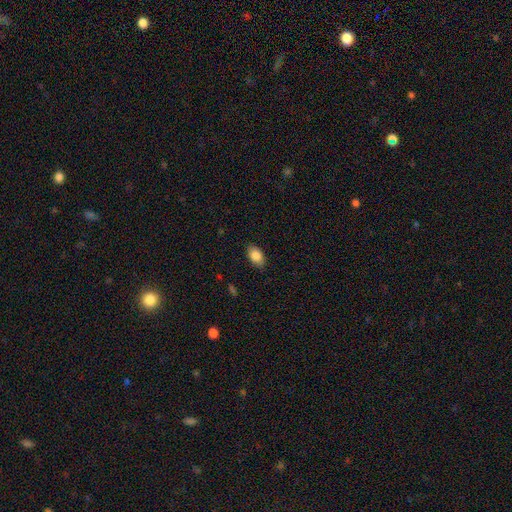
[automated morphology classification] Overall: smooth (86%). How rounded: in between (91%). Merging: none (84%).